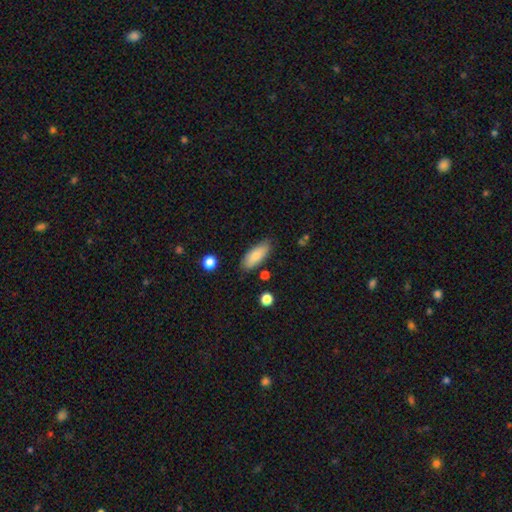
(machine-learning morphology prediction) This is clearly a smooth galaxy (83%). How rounded: likely in between (76%). Merging: clearly none (81%).